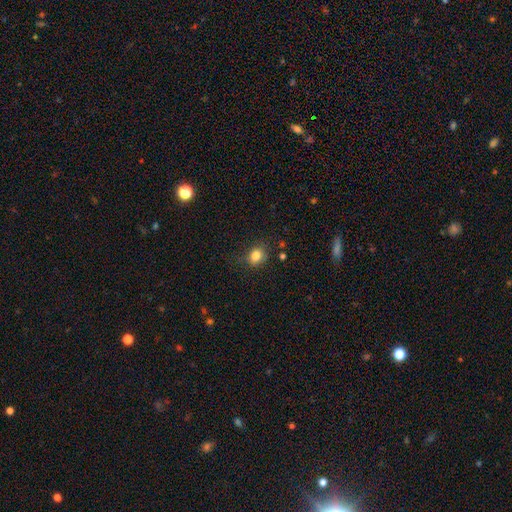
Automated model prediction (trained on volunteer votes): Overall: smooth (82%). How rounded: round (59%; in between 40%). Merging: none (78%).